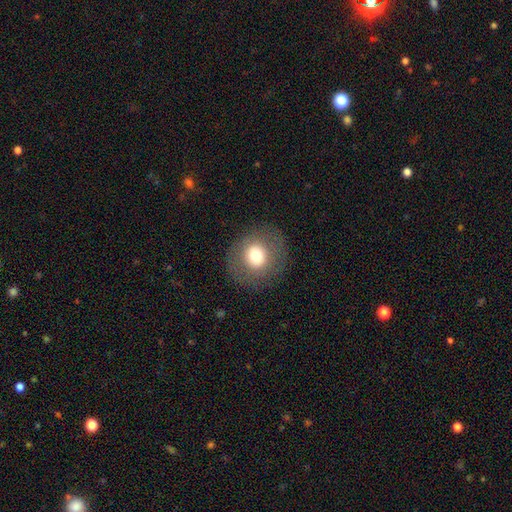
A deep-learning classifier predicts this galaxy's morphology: Smooth or featured: smooth — 71% (featured or disk — 19%)
How rounded: round — 81% (in between — 18%)
Merging: none — 85% (minor disturbance — 9%)